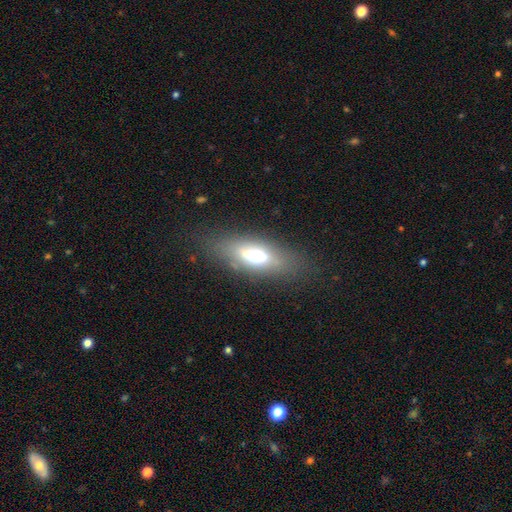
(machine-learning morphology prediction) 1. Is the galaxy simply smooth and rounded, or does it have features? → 52% smooth, 36% featured or disk, 12% star or artifact.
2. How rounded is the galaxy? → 73% in between, 22% cigar-shaped, 5% round.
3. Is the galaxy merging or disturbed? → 74% none, 14% minor disturbance, 9% major disturbance, 2% merger.